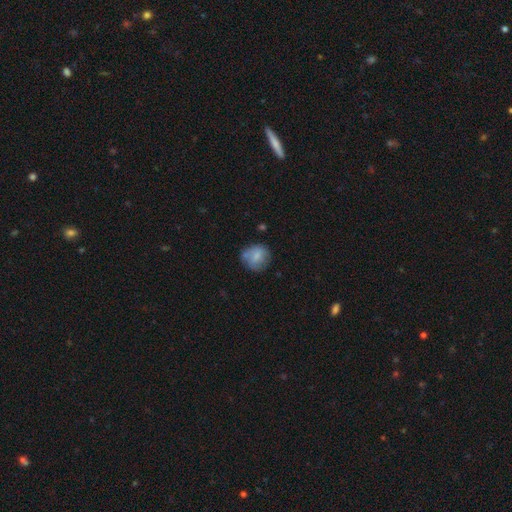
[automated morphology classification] Q: Smooth or featured?
A: smooth (72%); runner-up: featured or disk (19%)
Q: How rounded?
A: round (79%); runner-up: in between (20%)
Q: Merging?
A: none (64%); runner-up: minor disturbance (23%)